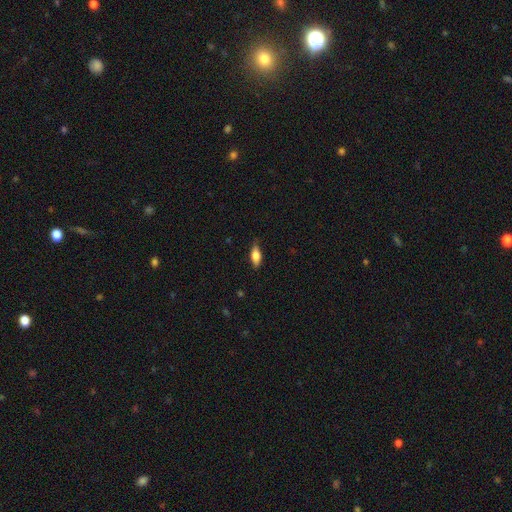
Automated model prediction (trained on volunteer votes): smooth_or_featured: smooth (p=0.75) [alt: featured or disk p=0.18]
how_rounded: in between (p=0.75) [alt: cigar-shaped p=0.22]
merging: none (p=0.80) [alt: minor disturbance p=0.17]